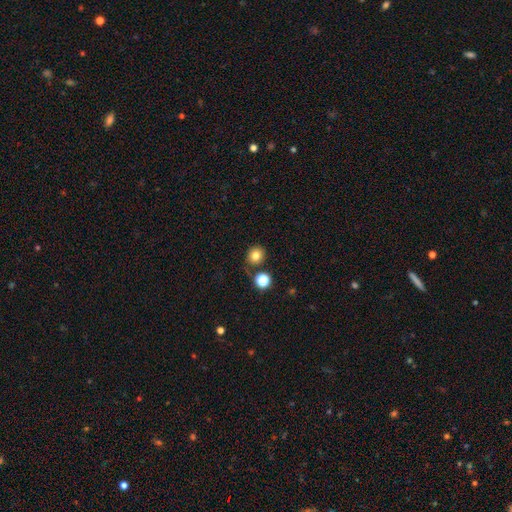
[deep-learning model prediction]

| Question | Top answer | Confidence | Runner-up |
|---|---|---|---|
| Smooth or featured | smooth | 79% | star or artifact (13%) |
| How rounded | round | 85% | in between (14%) |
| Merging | none | 77% | minor disturbance (11%) |